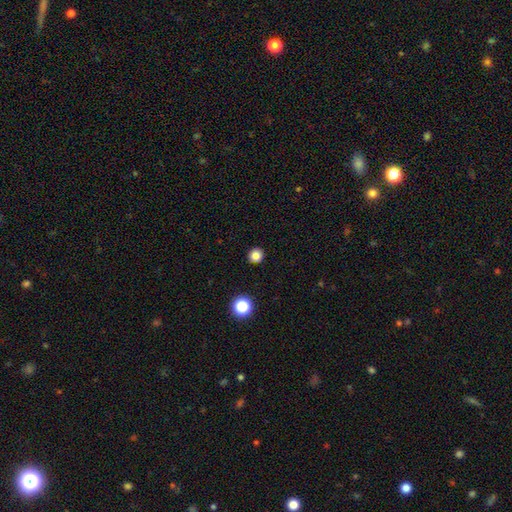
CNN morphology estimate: This is clearly a smooth galaxy (83%). How rounded: clearly round (91%). Merging: clearly none (92%).